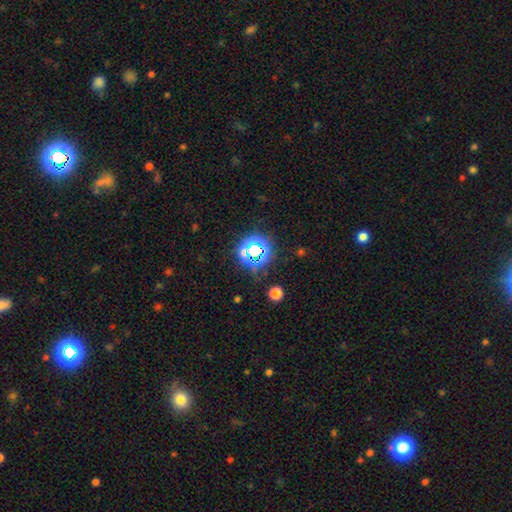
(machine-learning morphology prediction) type=star or artifact (72%).